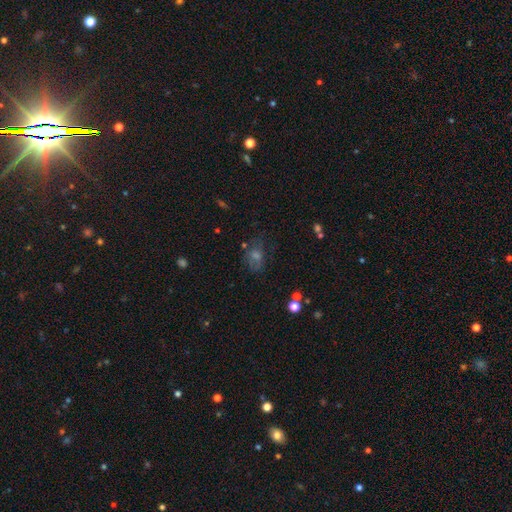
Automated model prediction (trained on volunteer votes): Overall: smooth (41%; star or artifact 32%). Merging: none (58%; minor disturbance 21%).